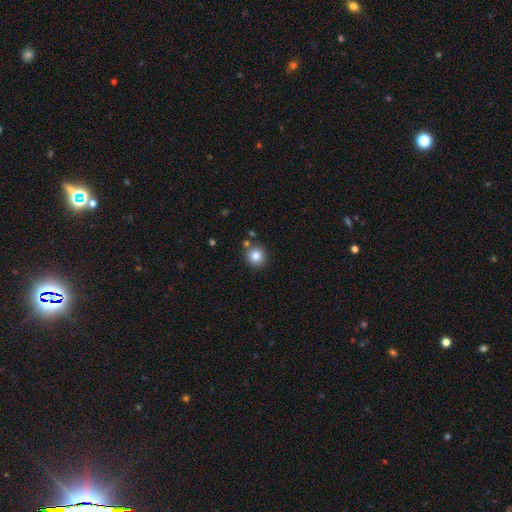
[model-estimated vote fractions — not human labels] The model was most divided on "smooth or featured": smooth: 82%, star or artifact: 11%, featured or disk: 7%. More confident: how rounded — round (92%); merging — none (83%).